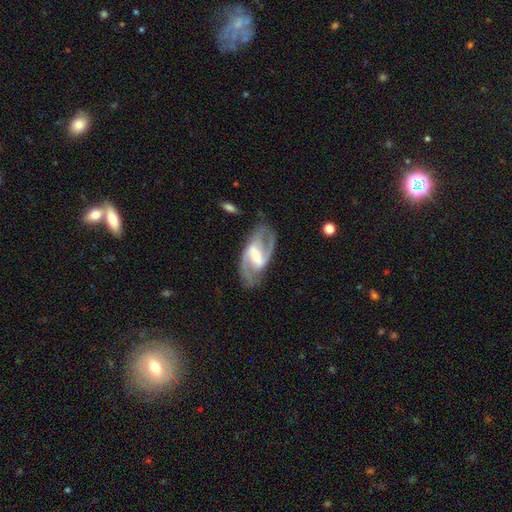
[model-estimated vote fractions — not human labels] This appears to be a featured or disk galaxy (89%) with a strong bar (52%), 2 (91%) medium (58%) spiral arms (95%) and a small central bulge (49%). Merging: none (80%).